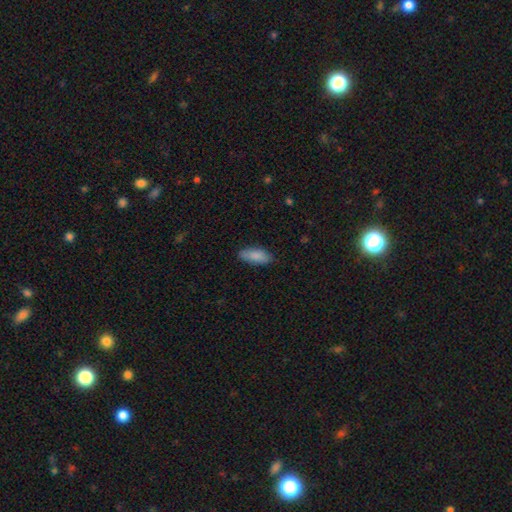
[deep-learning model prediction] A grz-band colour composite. It shows a smooth galaxy with no disk features (87%) that is in between round and cigar-shaped (83%). Merging: none (83%).